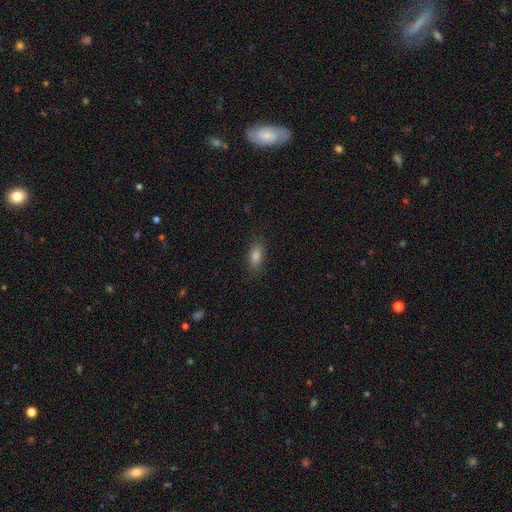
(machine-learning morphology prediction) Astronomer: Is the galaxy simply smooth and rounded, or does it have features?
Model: smooth — 79%.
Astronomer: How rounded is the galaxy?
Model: in between — 82%.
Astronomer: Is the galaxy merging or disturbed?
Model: none — 85%.